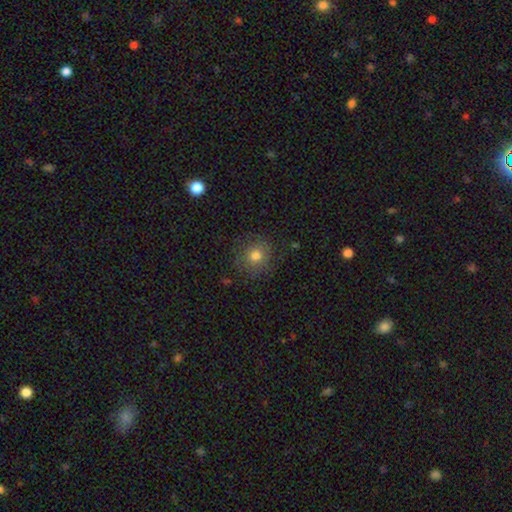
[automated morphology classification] This appears to be a smooth galaxy with no disk features (72%) that is round (87%). Merging: none (79%).